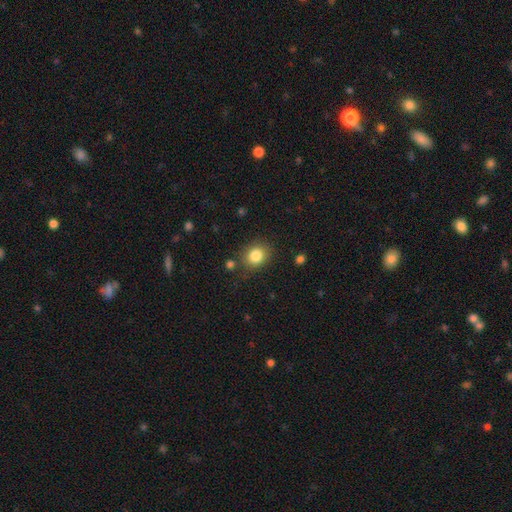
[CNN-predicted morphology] smooth_or_featured: smooth (p=0.84) [alt: star or artifact p=0.10]
how_rounded: round (p=0.65) [alt: in between p=0.34]
merging: none (p=0.79) [alt: minor disturbance p=0.13]